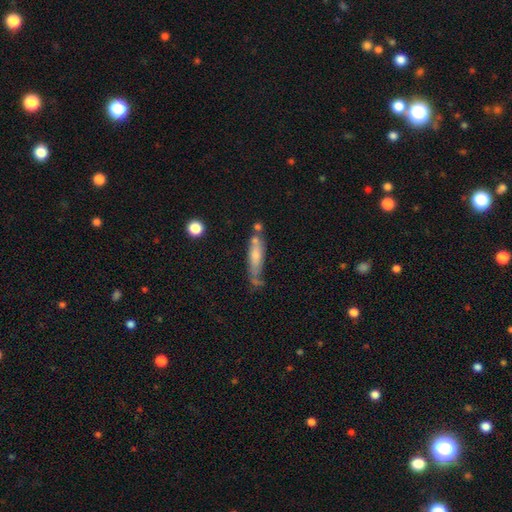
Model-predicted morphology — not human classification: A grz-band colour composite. It shows a smooth galaxy with no disk features (60%) that is cigar-shaped (65%). Merging: none (41%).